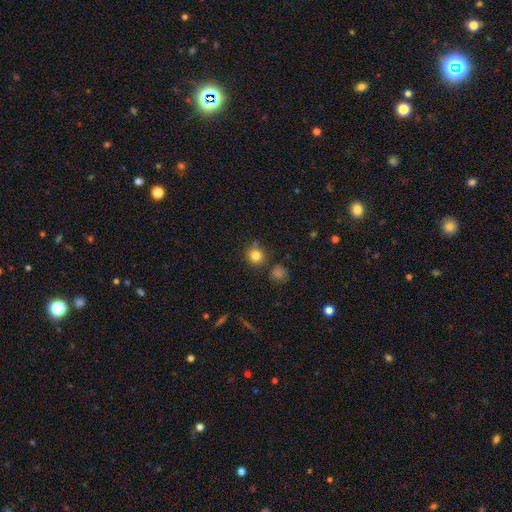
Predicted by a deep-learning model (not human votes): smooth_or_featured: smooth (p=0.80) [alt: star or artifact p=0.13]
how_rounded: round (p=0.91) [alt: in between p=0.08]
merging: none (p=0.81) [alt: minor disturbance p=0.10]